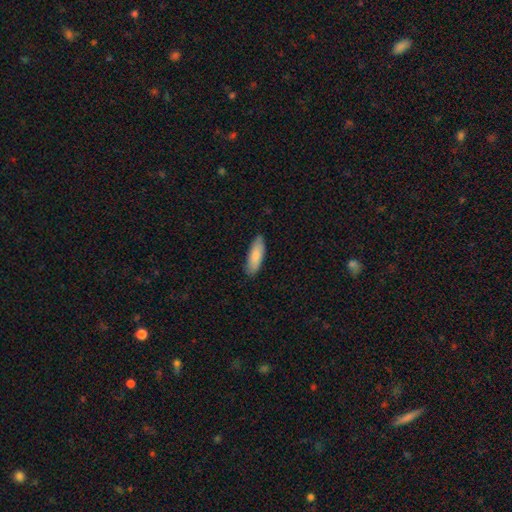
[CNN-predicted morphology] The model was most divided on "how rounded": in between: 57%, cigar-shaped: 42%, round: 2%. More confident: merging — none (85%); smooth or featured — smooth (83%).